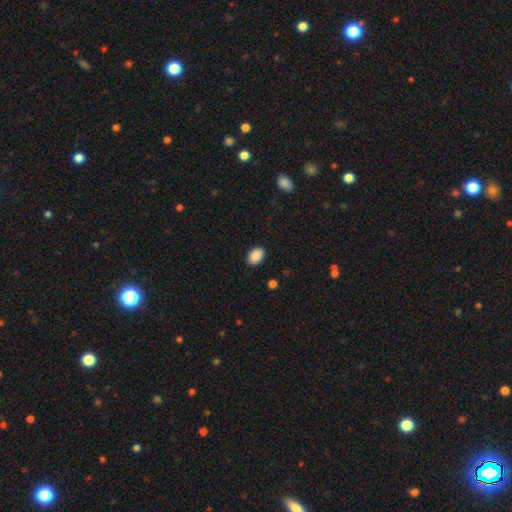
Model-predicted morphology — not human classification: Q: Smooth or featured?
A: smooth (90%); runner-up: star or artifact (7%)
Q: How rounded?
A: in between (81%); runner-up: round (18%)
Q: Merging?
A: none (88%); runner-up: minor disturbance (9%)